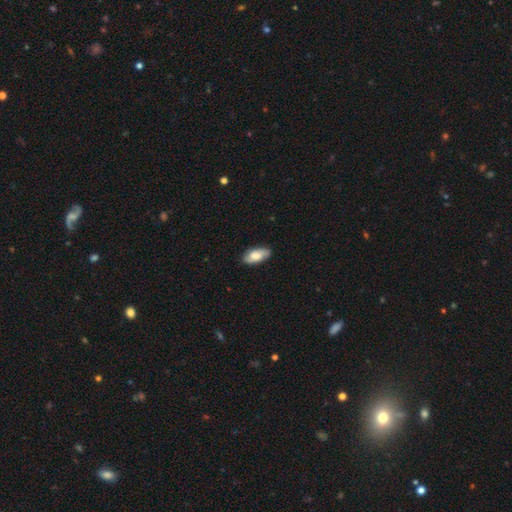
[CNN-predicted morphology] smooth_or_featured: smooth (p=0.65) [alt: featured or disk p=0.28]
how_rounded: in between (p=0.90) [alt: cigar-shaped p=0.08]
merging: none (p=0.83) [alt: minor disturbance p=0.14]